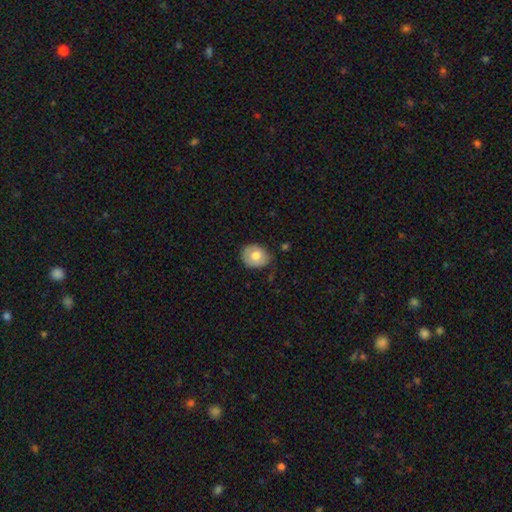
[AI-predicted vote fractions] The model was most divided on "how rounded": round: 59%, in between: 40%, cigar-shaped: 1%. More confident: smooth or featured — smooth (71%); merging — none (69%).